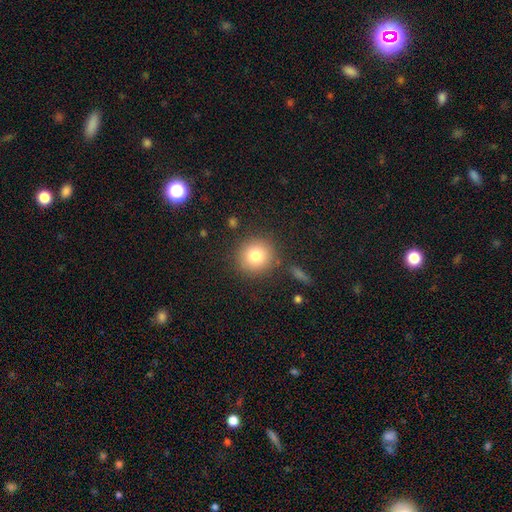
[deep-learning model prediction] Smooth or featured: smooth — 81% (star or artifact — 10%)
How rounded: round — 91% (in between — 8%)
Merging: none — 85% (minor disturbance — 9%)